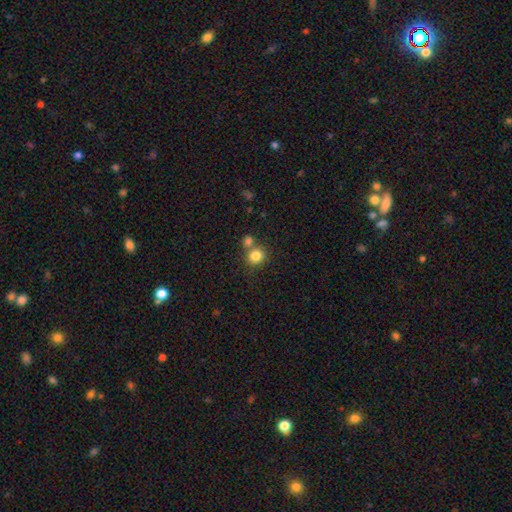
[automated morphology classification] A smooth galaxy with no disk features (83%) that is round (83%).

Vote fractions:
- Smooth or featured? smooth: 83% / star or artifact: 11% / featured or disk: 6%
- How rounded? round: 83% / in between: 16% / cigar-shaped: 1%
- Merging? none: 58% / merger: 31% / minor disturbance: 8% / major disturbance: 3%